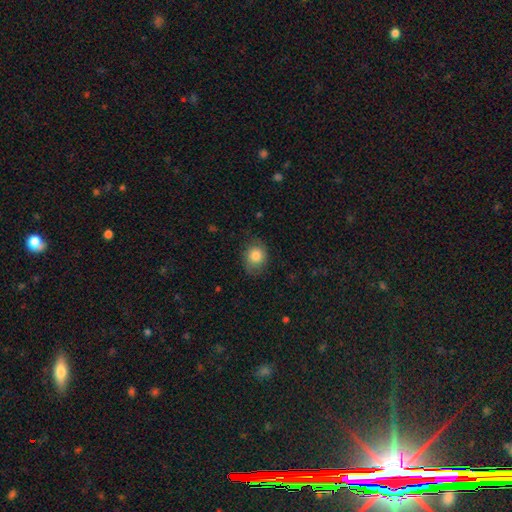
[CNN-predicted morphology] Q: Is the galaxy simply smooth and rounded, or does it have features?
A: smooth — 79%.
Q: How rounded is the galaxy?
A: round — 59%.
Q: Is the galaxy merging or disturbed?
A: none — 74%.